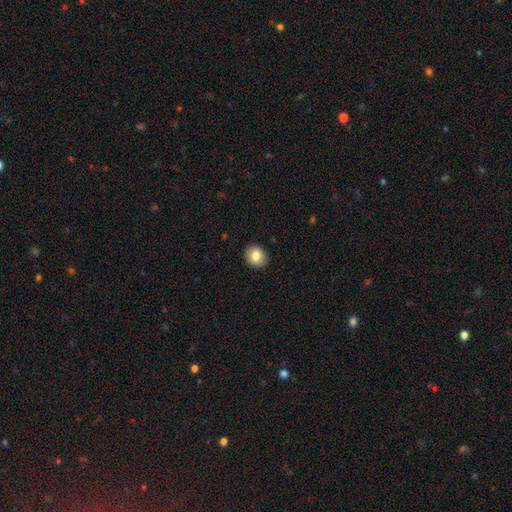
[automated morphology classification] Smooth or featured? Predicted: smooth (p=0.82). How rounded? Predicted: round (p=0.70). Merging? Predicted: none (p=0.91).